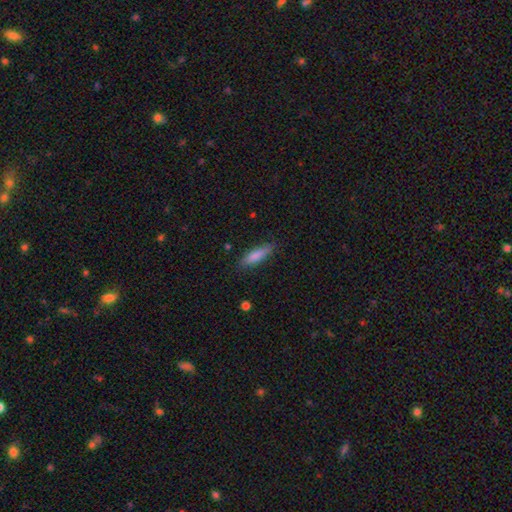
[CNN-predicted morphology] Q: Smooth or featured?
A: smooth (83%); runner-up: featured or disk (11%)
Q: How rounded?
A: cigar-shaped (65%); runner-up: in between (33%)
Q: Merging?
A: none (83%); runner-up: minor disturbance (13%)